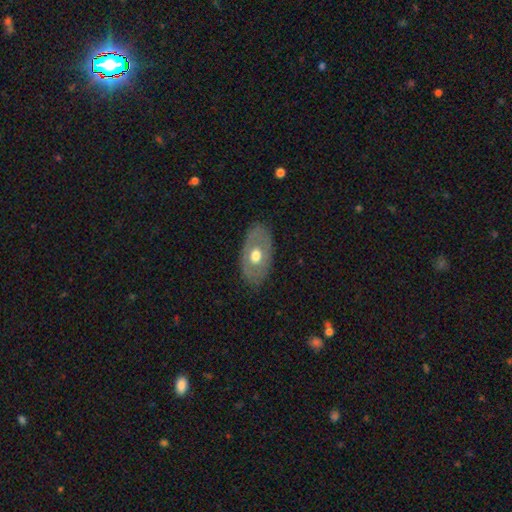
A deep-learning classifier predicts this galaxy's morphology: The model was most divided on "smooth or featured": featured or disk: 48%, smooth: 46%, star or artifact: 6%. More confident: merging — none (78%).